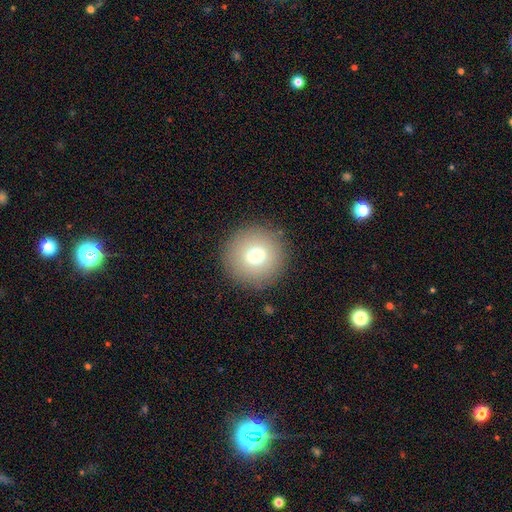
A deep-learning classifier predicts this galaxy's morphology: Q: Smooth or featured?
A: smooth (73%); runner-up: featured or disk (14%)
Q: How rounded?
A: round (96%); runner-up: in between (3%)
Q: Merging?
A: none (90%); runner-up: minor disturbance (6%)